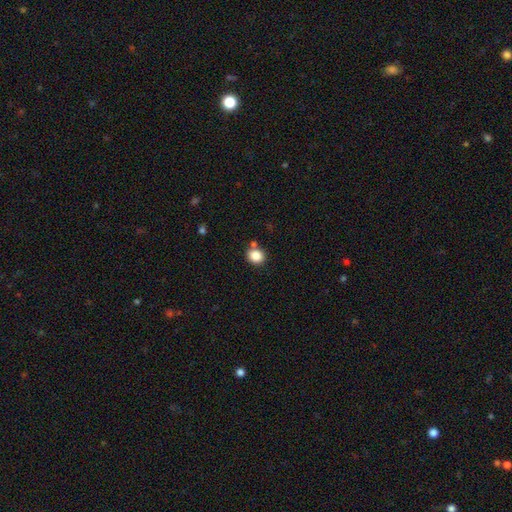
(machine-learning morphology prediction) A smooth galaxy with no disk features (86%) that is round (71%).

Vote fractions:
- Smooth or featured? smooth: 86% / star or artifact: 10% / featured or disk: 4%
- How rounded? round: 71% / in between: 28% / cigar-shaped: 1%
- Merging? none: 76% / merger: 11% / minor disturbance: 11% / major disturbance: 3%